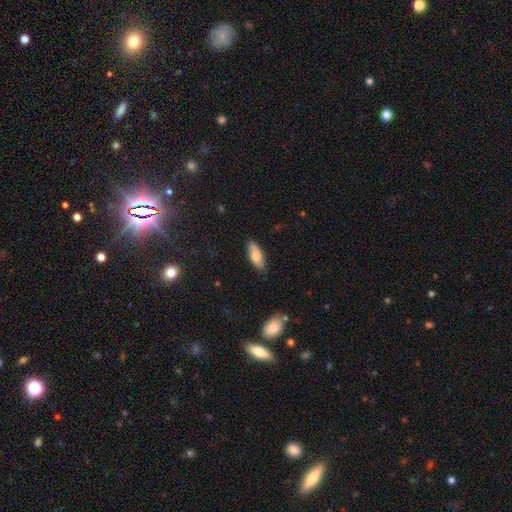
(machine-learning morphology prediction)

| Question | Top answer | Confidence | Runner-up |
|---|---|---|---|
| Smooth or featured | smooth | 74% | featured or disk (20%) |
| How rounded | in between | 77% | cigar-shaped (21%) |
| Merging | none | 84% | minor disturbance (13%) |